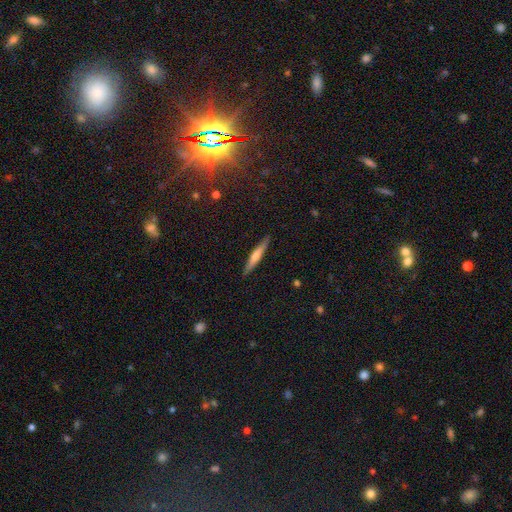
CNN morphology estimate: Overall: featured or disk (52%; smooth 42%). Edge-on disk: yes (97%). Merging: none (90%).